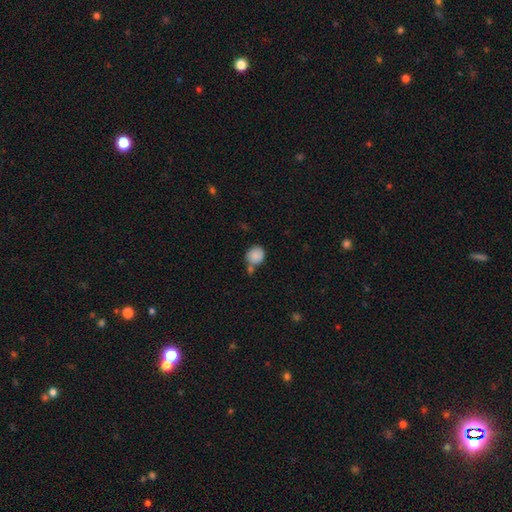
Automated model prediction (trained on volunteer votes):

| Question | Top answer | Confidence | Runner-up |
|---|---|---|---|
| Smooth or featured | smooth | 85% | star or artifact (8%) |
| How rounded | round | 77% | in between (22%) |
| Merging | none | 50% | merger (27%) |